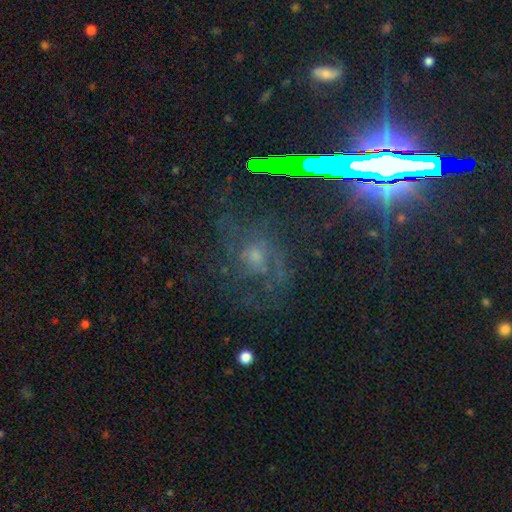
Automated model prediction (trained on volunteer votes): Smooth or featured?
  - featured or disk: 56% *
  - star or artifact: 29%
  - smooth: 15%
Edge-on disk?
  - no: 92% *
  - yes: 8%
Bar?
  - no: 64% *
  - weak: 26%
  - strong: 10%
Spiral arms?
  - yes: 86% *
  - no: 14%
Bulge size?
  - small: 49% *
  - moderate: 36%
  - none: 8%
  - large: 5%
  - dominant: 2%
Merging?
  - none: 64% *
  - major disturbance: 17%
  - minor disturbance: 17%
  - merger: 2%